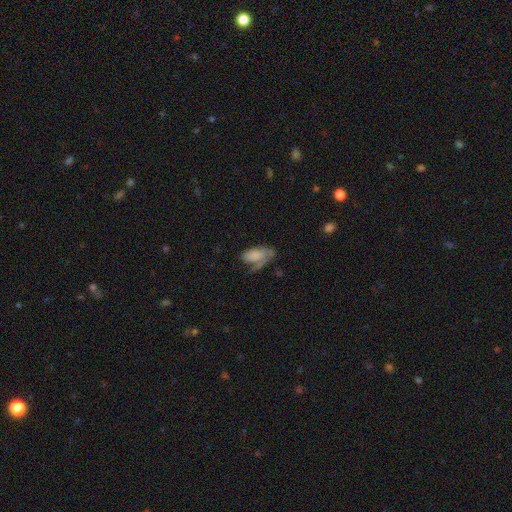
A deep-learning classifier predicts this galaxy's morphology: smooth 62%, featured or disk 29%, star or artifact 9%. Down the decision tree: how rounded — in between (91%); merging — none (36%).